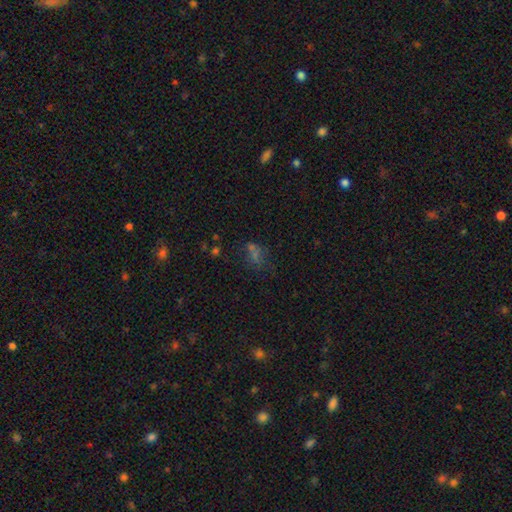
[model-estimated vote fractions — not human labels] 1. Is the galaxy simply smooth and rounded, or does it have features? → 44% smooth, 41% star or artifact, 15% featured or disk.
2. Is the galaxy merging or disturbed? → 50% none, 22% merger, 16% minor disturbance, 13% major disturbance.